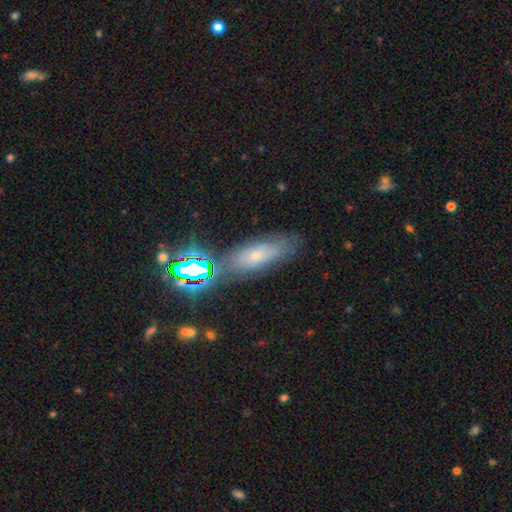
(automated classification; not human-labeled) Smooth or featured?
  - smooth: 39% *
  - star or artifact: 30%
  - featured or disk: 30%
Merging?
  - none: 74% *
  - minor disturbance: 16%
  - major disturbance: 5%
  - merger: 5%